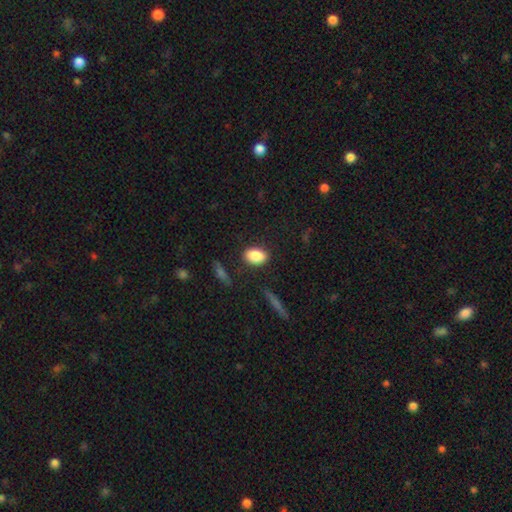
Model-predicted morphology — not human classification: type=smooth (86%); roundness=in between (87%); merging=none (84%).